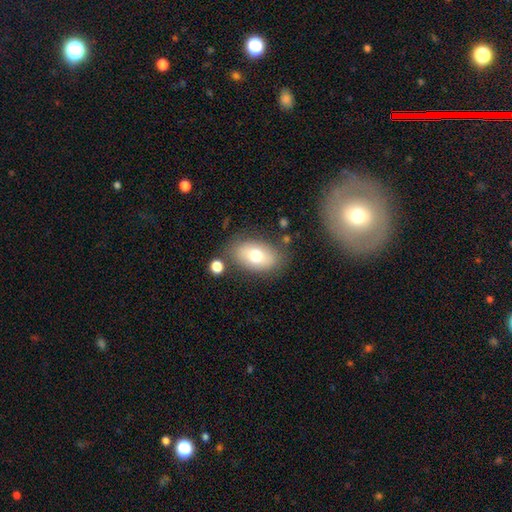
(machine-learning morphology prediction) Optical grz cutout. It shows a smooth galaxy with no disk features (73%) that is in between round and cigar-shaped (88%). Merging: none (75%).